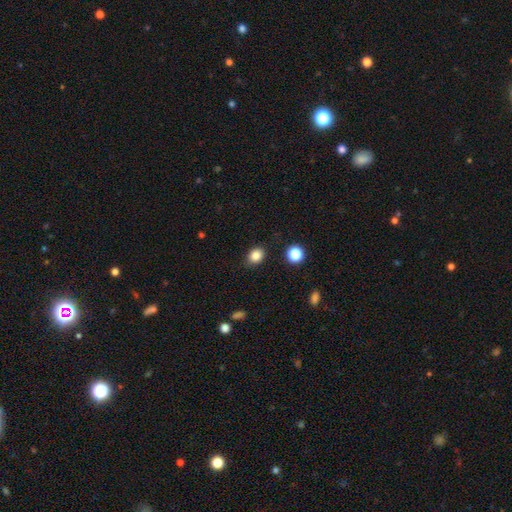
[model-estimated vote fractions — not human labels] Smooth or featured?
  - smooth: 85% *
  - star or artifact: 10%
  - featured or disk: 4%
How rounded?
  - round: 52% *
  - in between: 47%
  - cigar-shaped: 1%
Merging?
  - none: 86% *
  - minor disturbance: 10%
  - major disturbance: 3%
  - merger: 2%